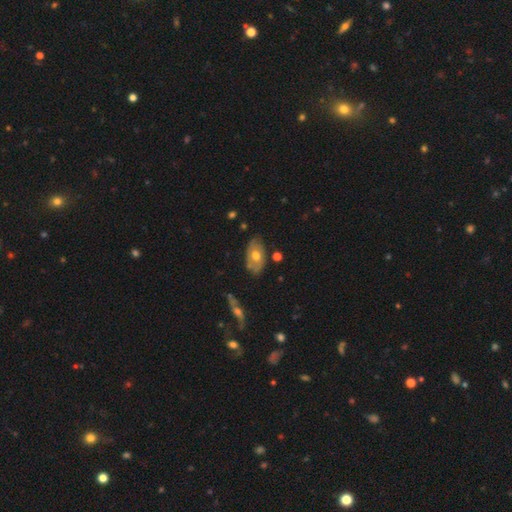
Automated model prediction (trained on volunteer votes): Smooth or featured: featured or disk — 47% (smooth — 46%)
Merging: none — 68% (minor disturbance — 24%)